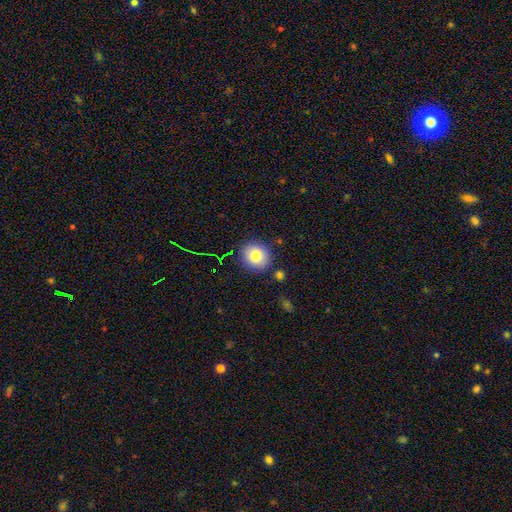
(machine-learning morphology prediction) A smooth galaxy with no disk features (82%) that is round (83%). Merging: none (85%).